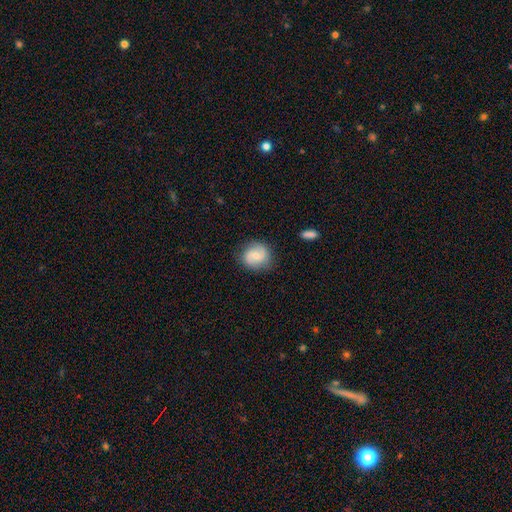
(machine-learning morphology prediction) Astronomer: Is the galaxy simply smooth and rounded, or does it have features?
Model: featured or disk — 54% (runner-up: smooth, 39%).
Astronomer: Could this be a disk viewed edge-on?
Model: no — 98%.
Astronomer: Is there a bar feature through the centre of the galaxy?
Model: no — 46% (runner-up: weak, 44%).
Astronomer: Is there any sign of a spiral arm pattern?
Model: yes — 87%.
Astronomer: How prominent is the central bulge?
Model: small — 51% (runner-up: moderate, 43%).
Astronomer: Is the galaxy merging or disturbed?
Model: none — 82%.